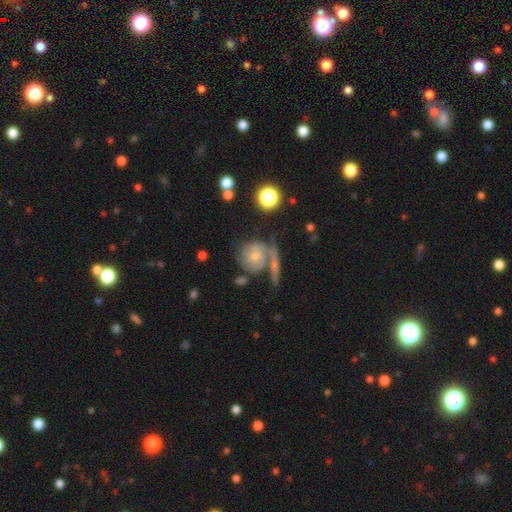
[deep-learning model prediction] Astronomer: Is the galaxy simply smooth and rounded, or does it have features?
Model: featured or disk — 63%.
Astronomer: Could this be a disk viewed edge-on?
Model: no — 95%.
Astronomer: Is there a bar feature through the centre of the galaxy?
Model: no — 73%.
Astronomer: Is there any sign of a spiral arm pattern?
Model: yes — 85%.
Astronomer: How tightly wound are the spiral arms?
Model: tight — 54% (runner-up: medium, 32%).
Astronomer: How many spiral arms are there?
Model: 2 — 40% (runner-up: can't tell, 23%).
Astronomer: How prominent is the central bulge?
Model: small — 53% (runner-up: moderate, 38%).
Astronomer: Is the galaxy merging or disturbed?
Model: none — 48% (runner-up: merger, 23%).